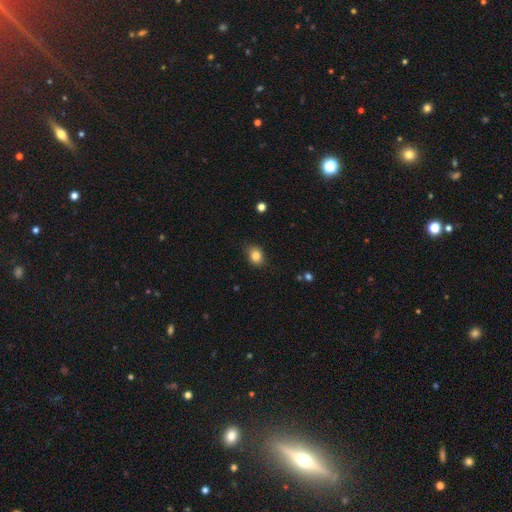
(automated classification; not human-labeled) smooth_or_featured: smooth (p=0.84) [alt: star or artifact p=0.10]
how_rounded: round (p=0.52) [alt: in between p=0.47]
merging: none (p=0.79) [alt: minor disturbance p=0.16]